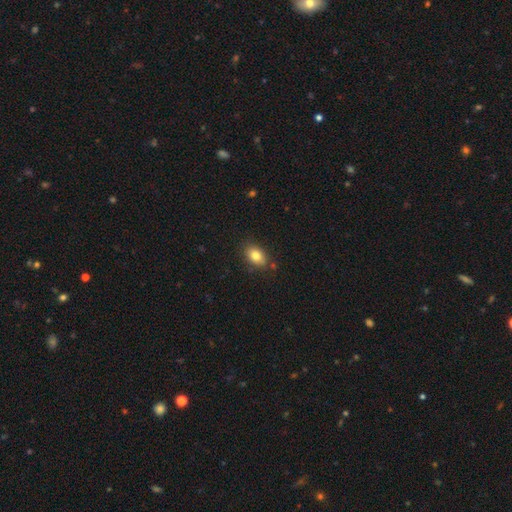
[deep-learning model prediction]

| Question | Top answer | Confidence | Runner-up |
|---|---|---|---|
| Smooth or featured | smooth | 82% | featured or disk (9%) |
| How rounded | in between | 82% | round (16%) |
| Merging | none | 81% | minor disturbance (13%) |